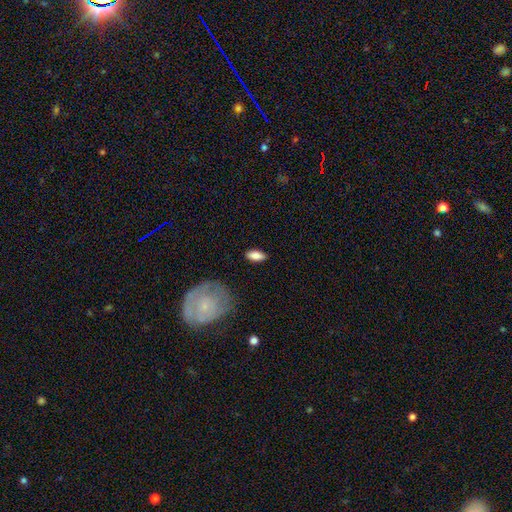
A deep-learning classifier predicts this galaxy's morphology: Smooth or featured? Predicted: smooth (p=0.84). How rounded? Predicted: in between (p=0.84). Merging? Predicted: none (p=0.86).